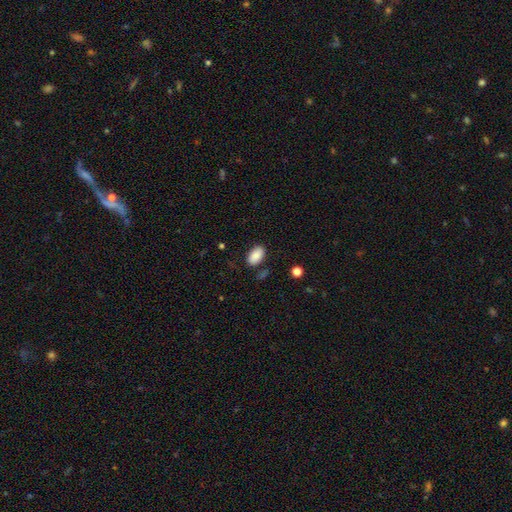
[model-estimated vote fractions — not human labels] smooth_or_featured: smooth (p=0.88) [alt: star or artifact p=0.07]
how_rounded: in between (p=0.94) [alt: round p=0.05]
merging: none (p=0.81) [alt: minor disturbance p=0.12]